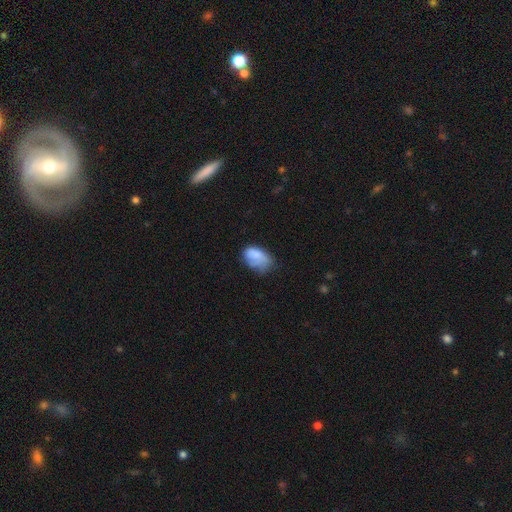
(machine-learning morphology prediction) smooth 77%, featured or disk 15%, star or artifact 8%. Down the decision tree: how rounded — in between (89%); merging — minor disturbance (39%).